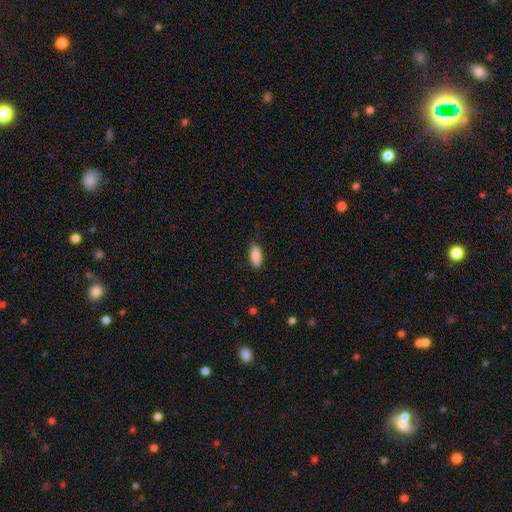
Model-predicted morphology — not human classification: Q: Smooth or featured?
A: smooth (89%); runner-up: star or artifact (6%)
Q: How rounded?
A: in between (83%); runner-up: cigar-shaped (15%)
Q: Merging?
A: none (83%); runner-up: minor disturbance (14%)